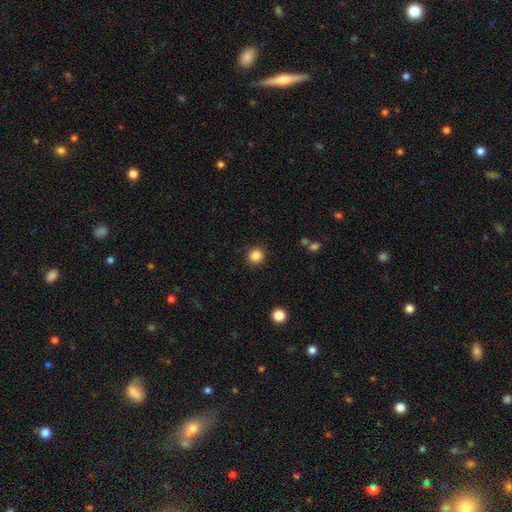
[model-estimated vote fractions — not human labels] The model was most divided on "smooth or featured": smooth: 85%, star or artifact: 11%, featured or disk: 4%. More confident: how rounded — round (92%); merging — none (90%).